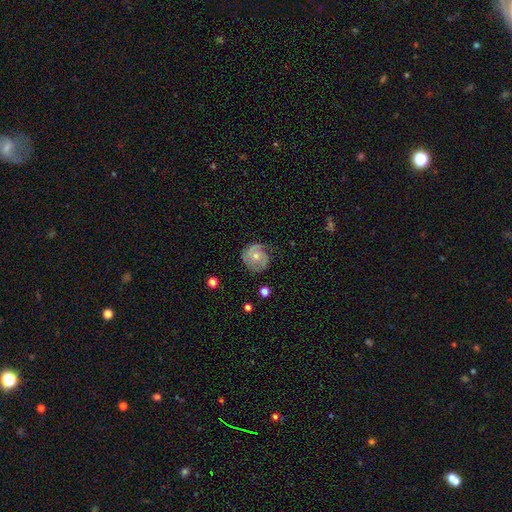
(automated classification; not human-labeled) A featured or disk galaxy (65%) with no bar (78%), 2 (43%) tight (53%) spiral arms (88%) and a small central bulge (51%). Merging: none (66%).